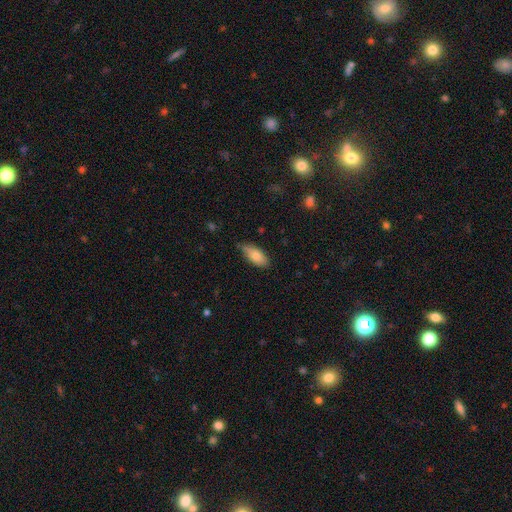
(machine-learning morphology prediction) type=smooth (78%); roundness=in between (89%); merging=none (69%).